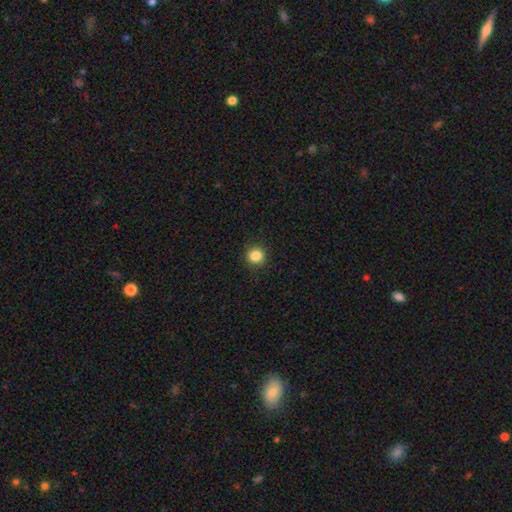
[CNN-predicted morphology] Q: Smooth or featured?
A: smooth (85%); runner-up: star or artifact (11%)
Q: How rounded?
A: round (93%); runner-up: in between (6%)
Q: Merging?
A: none (91%); runner-up: minor disturbance (6%)